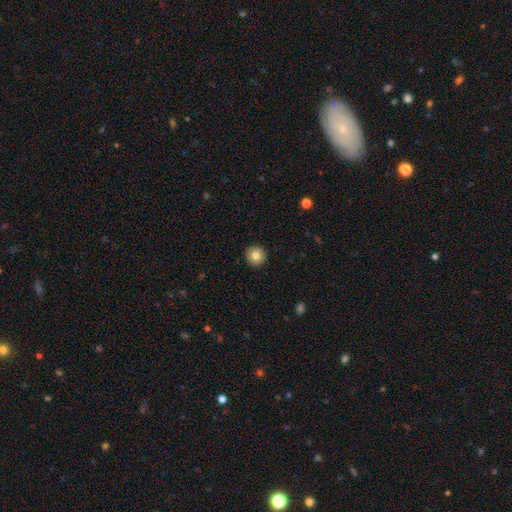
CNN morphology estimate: Overall: smooth (81%). How rounded: round (96%). Merging: none (93%).